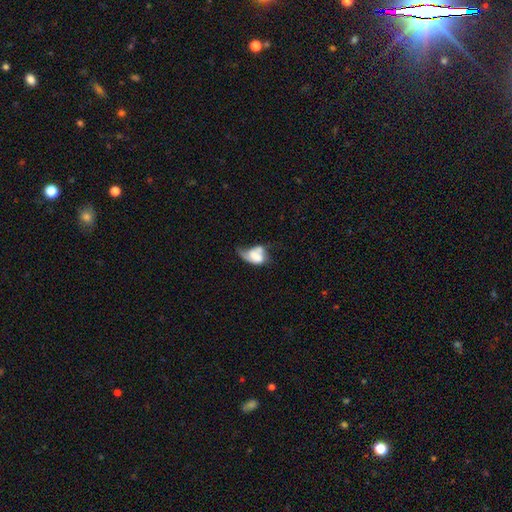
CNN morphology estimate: This is possibly a smooth galaxy (55%). How rounded: clearly in between (81%). Merging: marginally major disturbance (33%).